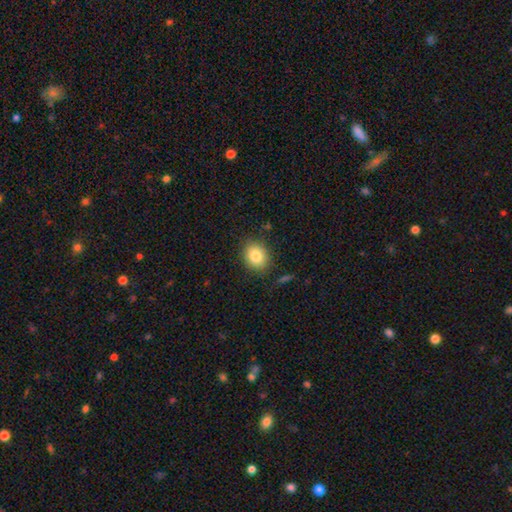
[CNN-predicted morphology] Overall: smooth (83%). How rounded: round (59%; in between 41%). Merging: none (85%).